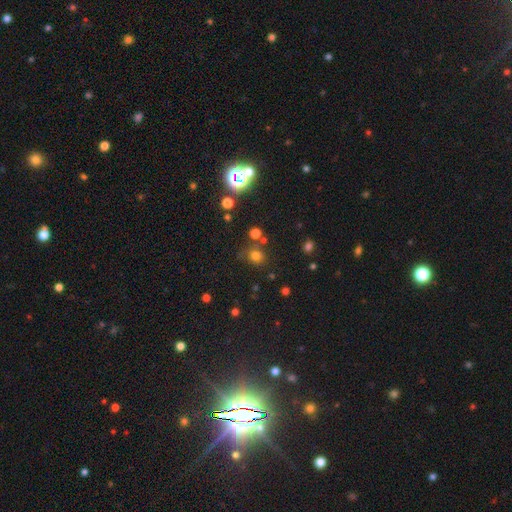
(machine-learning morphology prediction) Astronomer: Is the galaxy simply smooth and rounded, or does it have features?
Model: smooth — 70%.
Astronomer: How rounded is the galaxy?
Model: round — 83%.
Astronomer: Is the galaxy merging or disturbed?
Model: none — 74%.